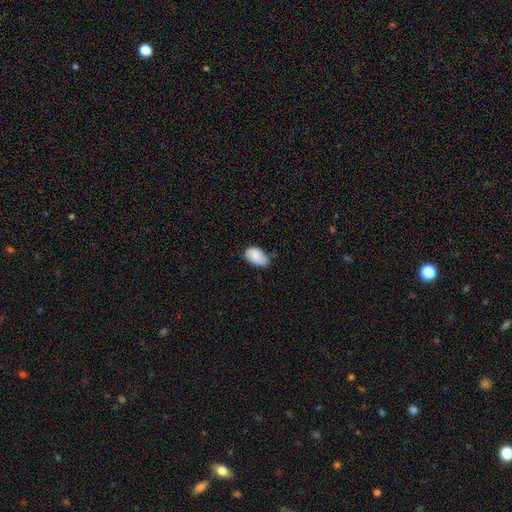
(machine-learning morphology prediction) type=smooth (83%); roundness=in between (94%); merging=none (62%).